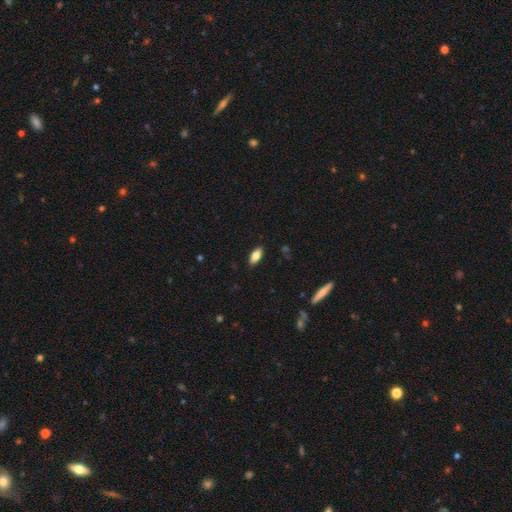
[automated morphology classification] Smooth or featured? smooth (78%)
How rounded? in between (82%)
Merging? none (88%)